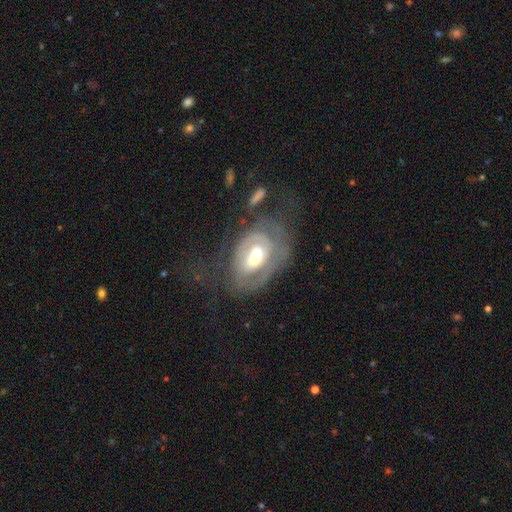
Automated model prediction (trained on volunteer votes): featured or disk 73%, smooth 20%, star or artifact 7%. Down the decision tree: edge-on disk — no (95%); bar — no (43%); spiral arms — yes (65%); bulge size — moderate (63%); merging — major disturbance (36%).